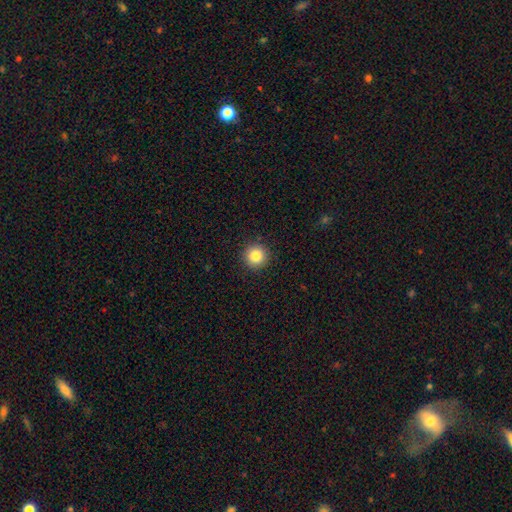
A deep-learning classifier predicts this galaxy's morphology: smooth-or-featured: smooth: 84% | star or artifact: 10% | featured or disk: 5%
  how-rounded: round: 95% | in between: 4% | cigar-shaped: 1%
  merging: none: 92% | minor disturbance: 5% | major disturbance: 2% | merger: 1%